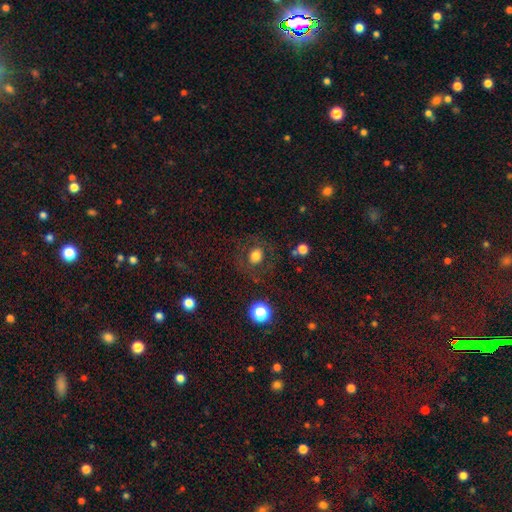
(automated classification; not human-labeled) This is likely a smooth galaxy (71%). How rounded: likely round (75%). Merging: likely none (77%).